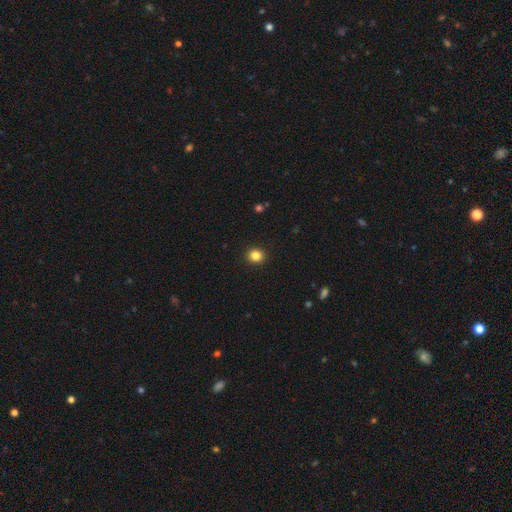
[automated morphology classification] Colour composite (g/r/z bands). It shows a smooth galaxy with no disk features (84%) that is round (85%). Merging: none (93%).